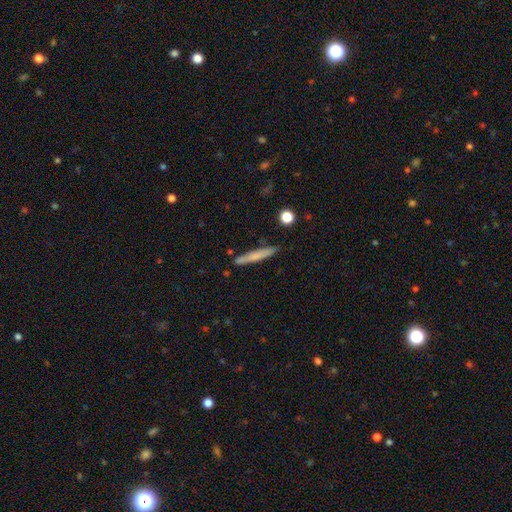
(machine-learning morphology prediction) Smooth or featured? smooth (67%)
How rounded? cigar-shaped (95%)
Merging? none (85%)